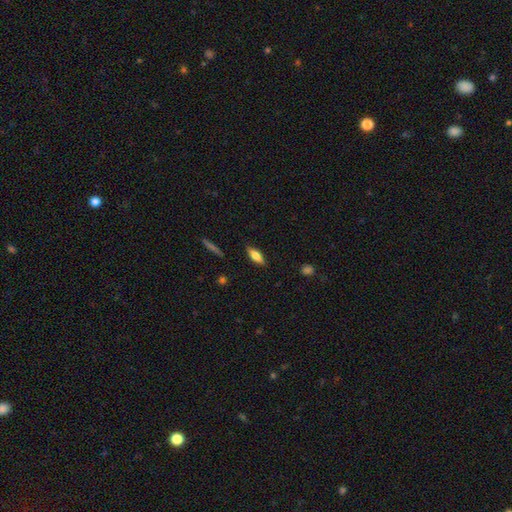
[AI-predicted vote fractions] Smooth or featured?
  - smooth: 68% *
  - featured or disk: 25%
  - star or artifact: 7%
How rounded?
  - in between: 67% *
  - cigar-shaped: 30%
  - round: 3%
Merging?
  - none: 86% *
  - minor disturbance: 11%
  - major disturbance: 2%
  - merger: 1%